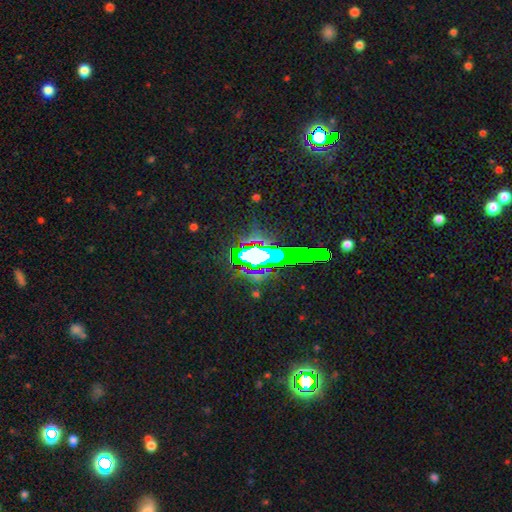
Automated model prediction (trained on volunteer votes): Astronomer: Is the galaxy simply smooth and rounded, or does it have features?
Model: star or artifact — 60%.